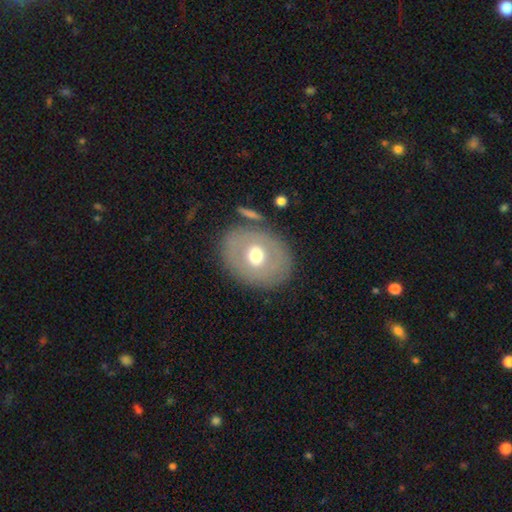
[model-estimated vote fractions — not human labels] Overall: smooth (53%; featured or disk 40%). How rounded: in between (51%; round 48%). Merging: none (80%).